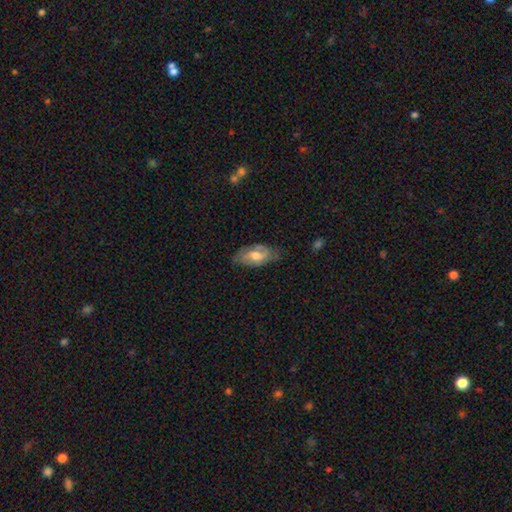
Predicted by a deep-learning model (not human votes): smooth_or_featured: featured or disk (p=0.57) [alt: smooth p=0.36]
disk_edge_on: no (p=0.91) [alt: yes p=0.09]
bar: no (p=0.49) [alt: weak p=0.42]
has_spiral_arms: yes (p=0.77) [alt: no p=0.23]
bulge_size: moderate (p=0.69) [alt: small p=0.15]
merging: none (p=0.65) [alt: minor disturbance p=0.26]